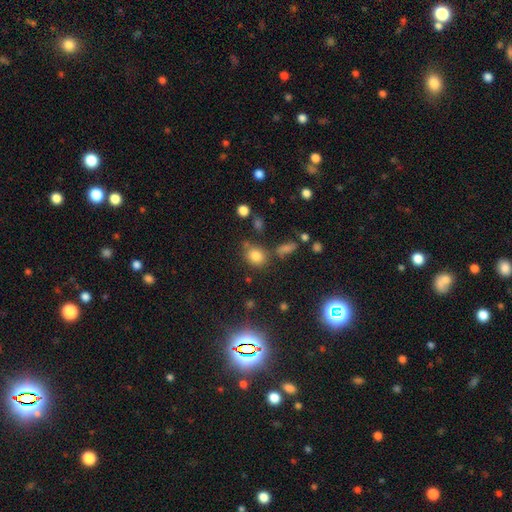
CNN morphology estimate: smooth_or_featured: smooth (p=0.79) [alt: star or artifact p=0.13]
how_rounded: round (p=0.57) [alt: in between p=0.41]
merging: none (p=0.69) [alt: minor disturbance p=0.15]